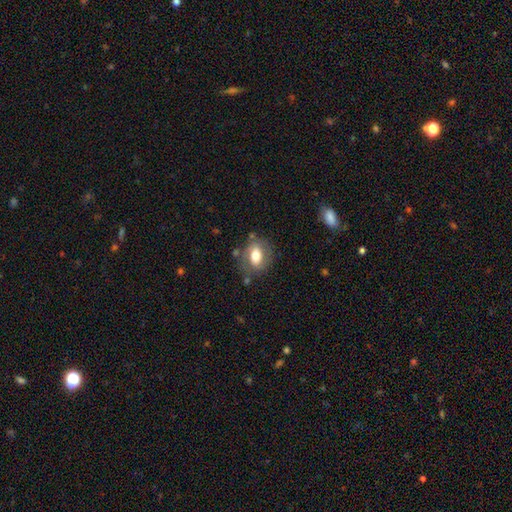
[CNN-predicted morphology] Overall: smooth (68%). How rounded: in between (71%). Merging: none (71%).